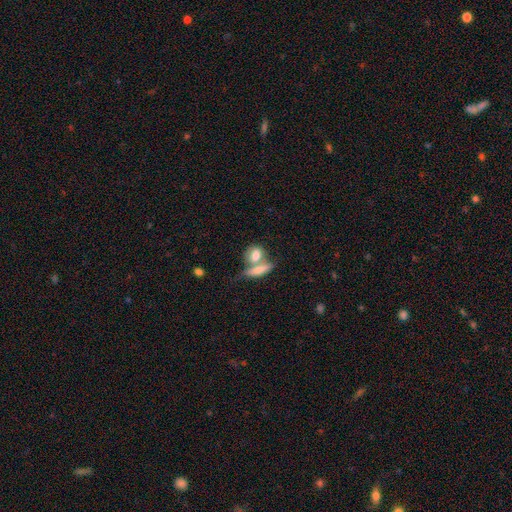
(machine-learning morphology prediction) Smooth or featured?
  - smooth: 75% *
  - featured or disk: 19%
  - star or artifact: 7%
How rounded?
  - in between: 64% *
  - round: 24%
  - cigar-shaped: 12%
Merging?
  - merger: 54% *
  - none: 32%
  - minor disturbance: 9%
  - major disturbance: 5%